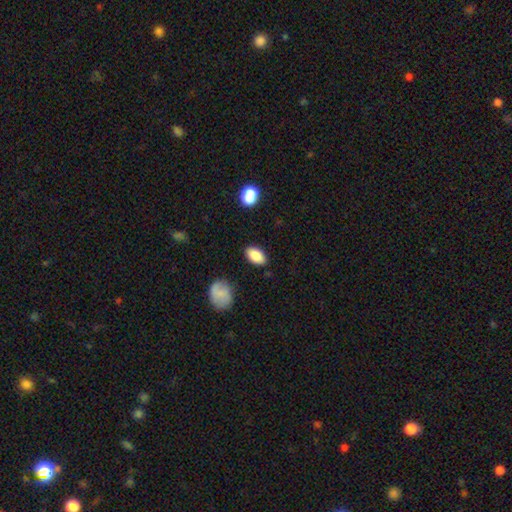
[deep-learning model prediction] A smooth galaxy with no disk features (86%) that is in between round and cigar-shaped (92%).

Vote fractions:
- Smooth or featured? smooth: 86% / star or artifact: 7% / featured or disk: 7%
- How rounded? in between: 92% / round: 6% / cigar-shaped: 2%
- Merging? none: 85% / minor disturbance: 10% / major disturbance: 2% / merger: 2%